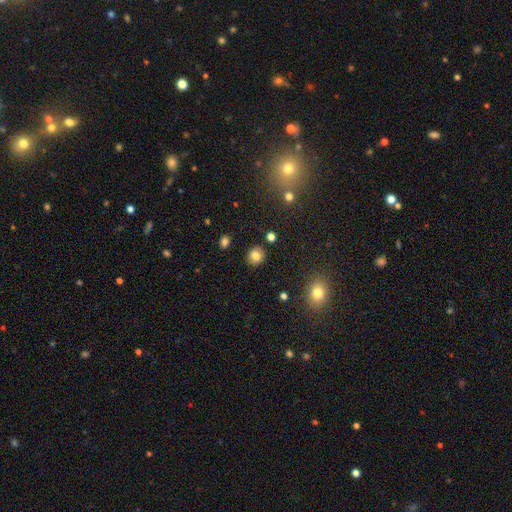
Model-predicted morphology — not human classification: Overall: smooth (80%). How rounded: round (78%). Merging: none (87%).